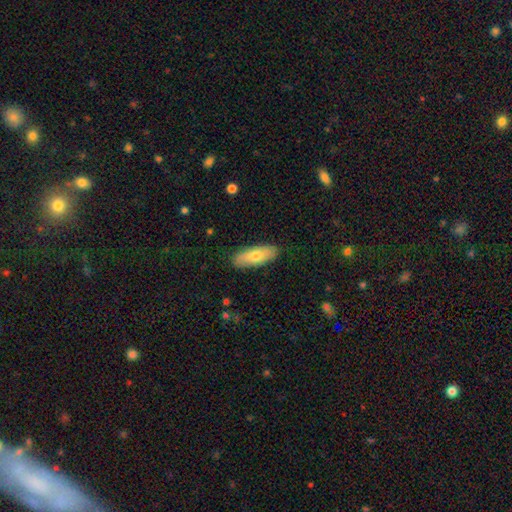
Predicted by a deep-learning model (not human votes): Smooth or featured: smooth — 70% (featured or disk — 24%)
How rounded: in between — 67% (cigar-shaped — 30%)
Merging: none — 88% (minor disturbance — 9%)